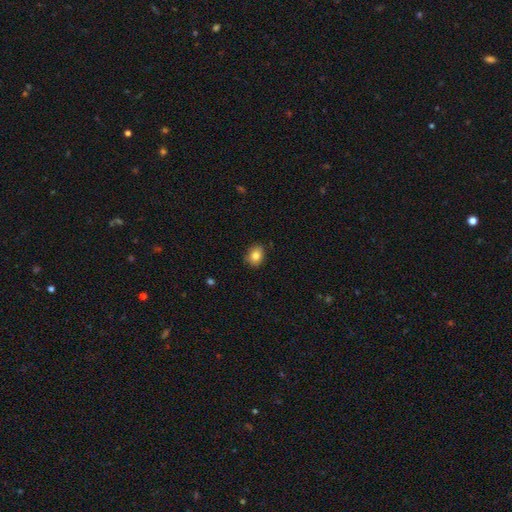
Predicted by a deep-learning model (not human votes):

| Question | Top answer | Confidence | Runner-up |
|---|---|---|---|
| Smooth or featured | smooth | 82% | star or artifact (10%) |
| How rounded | round | 53% | in between (45%) |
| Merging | none | 83% | minor disturbance (14%) |